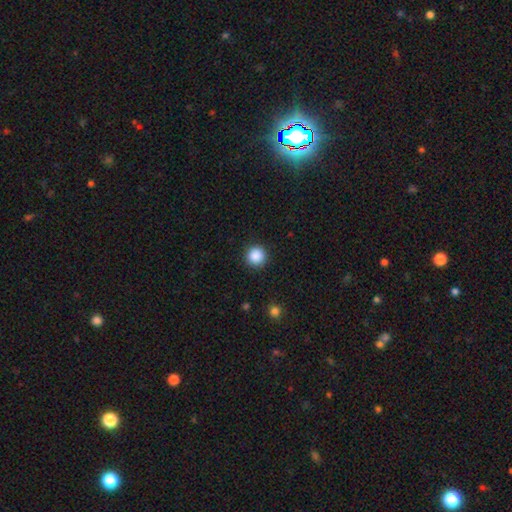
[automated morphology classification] smooth 88%, star or artifact 10%, featured or disk 3%. Down the decision tree: how rounded — round (95%); merging — none (92%).